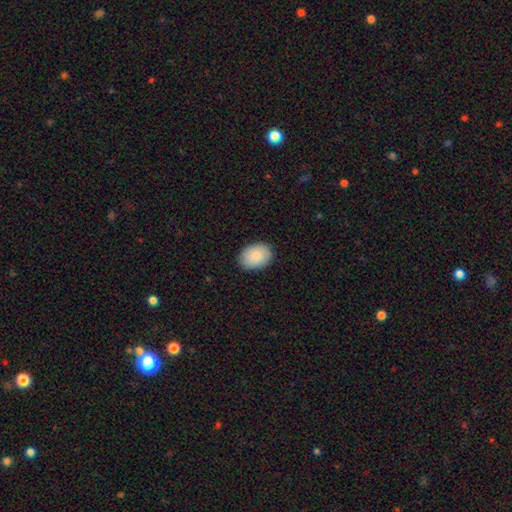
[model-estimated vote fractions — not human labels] This appears to be a smooth galaxy with no disk features (85%) that is in between round and cigar-shaped (80%). Merging: none (87%).